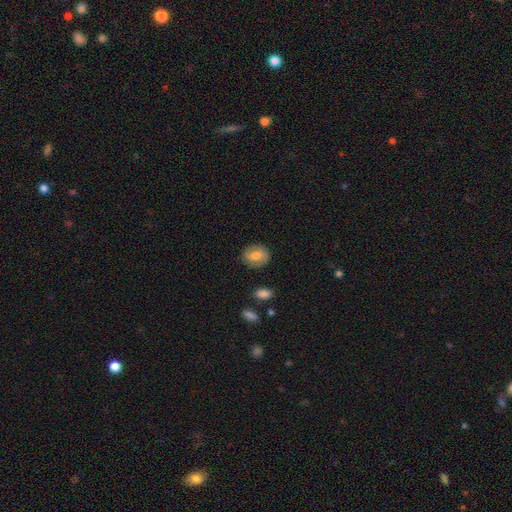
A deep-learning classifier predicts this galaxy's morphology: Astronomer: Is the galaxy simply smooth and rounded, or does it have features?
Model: smooth — 58% (runner-up: featured or disk, 34%).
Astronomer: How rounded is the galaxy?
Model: round — 54% (runner-up: in between, 44%).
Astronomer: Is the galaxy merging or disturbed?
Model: none — 82%.